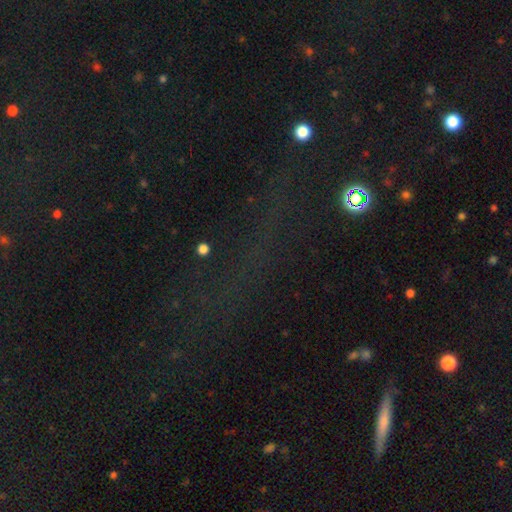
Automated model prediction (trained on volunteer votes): A star or artifact, not a galaxy (62%).

Vote fractions:
- Smooth or featured? star or artifact: 62% / smooth: 22% / featured or disk: 17%